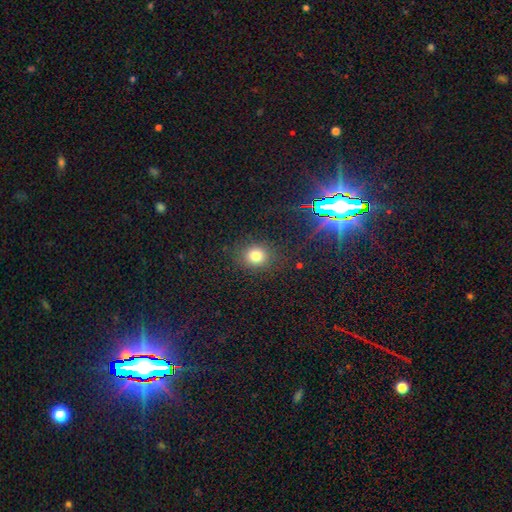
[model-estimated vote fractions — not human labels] A smooth galaxy with no disk features (77%) that is round (76%). Merging: none (85%).